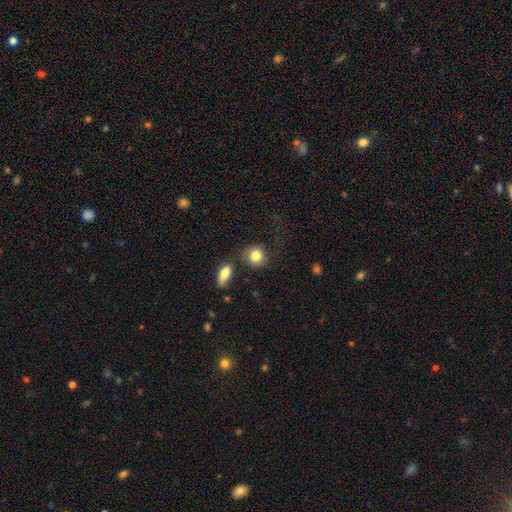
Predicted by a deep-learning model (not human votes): A smooth galaxy with no disk features (82%) that is round (79%).

Vote fractions:
- Smooth or featured? smooth: 82% / featured or disk: 10% / star or artifact: 8%
- How rounded? round: 79% / in between: 19% / cigar-shaped: 1%
- Merging? none: 62% / minor disturbance: 17% / merger: 13% / major disturbance: 8%